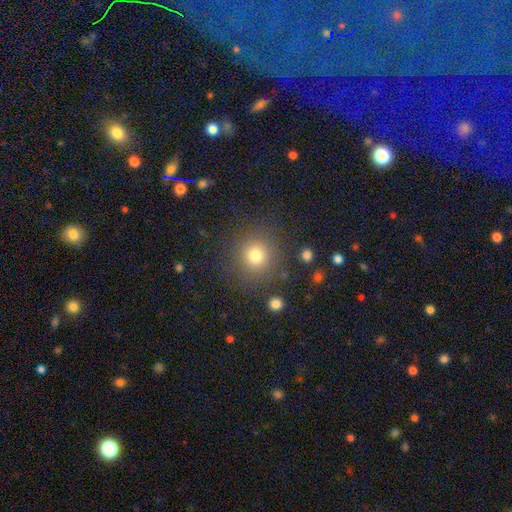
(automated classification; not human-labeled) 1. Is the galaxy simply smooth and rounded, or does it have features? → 77% smooth, 15% star or artifact, 8% featured or disk.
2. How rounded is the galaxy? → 92% round, 7% in between, 1% cigar-shaped.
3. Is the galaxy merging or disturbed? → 85% none, 8% minor disturbance, 4% major disturbance, 3% merger.